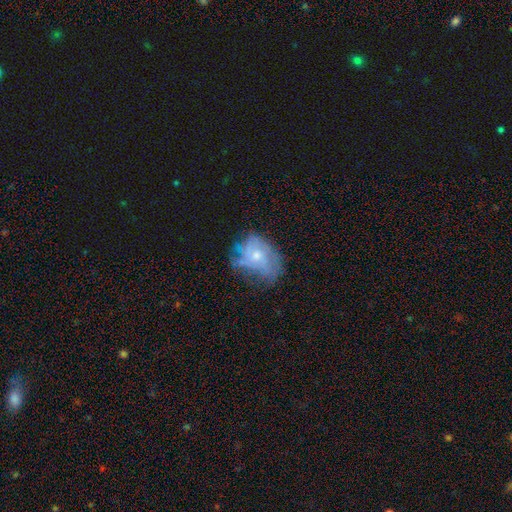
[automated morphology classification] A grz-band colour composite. It shows a featured or disk galaxy (56%) with no bar (84%), spiral arms (56%) and a small central bulge (48%). Merging: none (48%).